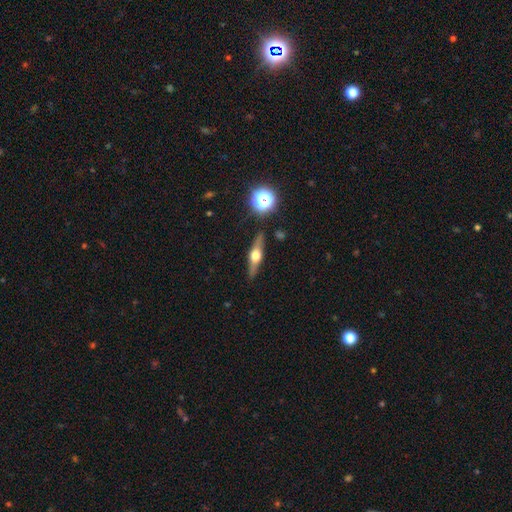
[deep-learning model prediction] This appears to be a featured or disk galaxy (68%) viewed edge-on (95%) with a rounded central bulge (95%). Merging: none (87%).